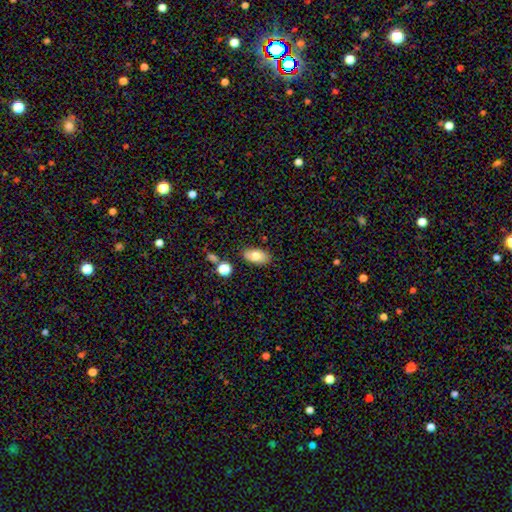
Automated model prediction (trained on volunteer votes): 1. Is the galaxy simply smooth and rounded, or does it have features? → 77% smooth, 14% featured or disk, 8% star or artifact.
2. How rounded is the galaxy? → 91% in between, 5% round, 4% cigar-shaped.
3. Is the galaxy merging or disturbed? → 82% none, 12% minor disturbance, 3% merger, 3% major disturbance.